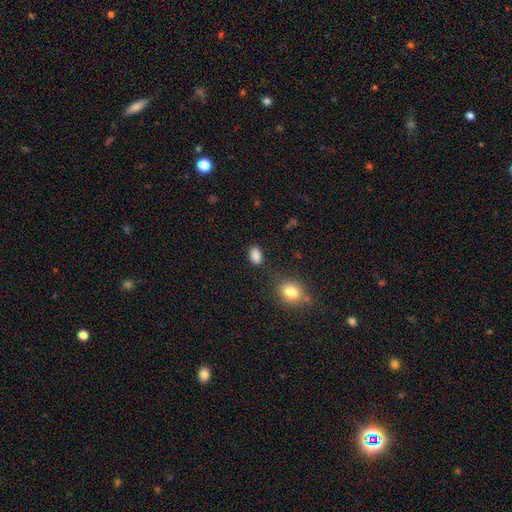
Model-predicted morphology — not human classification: Smooth or featured? smooth (86%)
How rounded? in between (86%)
Merging? none (78%)